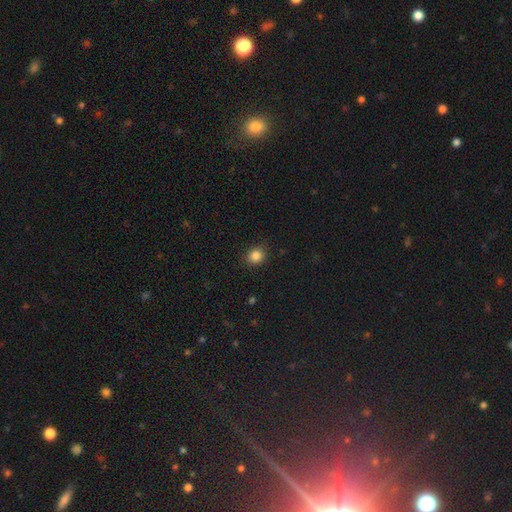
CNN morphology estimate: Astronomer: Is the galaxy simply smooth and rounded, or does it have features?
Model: smooth — 85%.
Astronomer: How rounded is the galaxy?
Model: round — 76%.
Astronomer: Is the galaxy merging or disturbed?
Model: none — 87%.